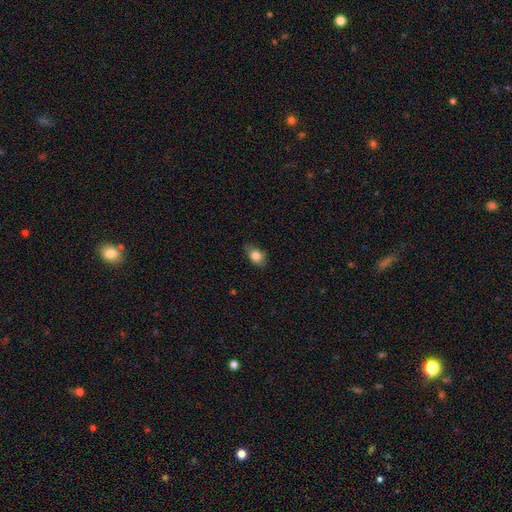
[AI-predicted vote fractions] smooth-or-featured: smooth: 79% | featured or disk: 13% | star or artifact: 8%
  how-rounded: in between: 78% | round: 19% | cigar-shaped: 3%
  merging: none: 75% | minor disturbance: 20% | major disturbance: 4% | merger: 1%